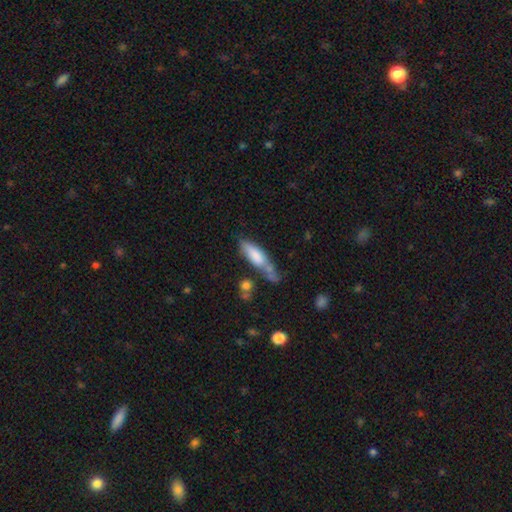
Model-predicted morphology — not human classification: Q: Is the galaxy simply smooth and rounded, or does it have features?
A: smooth — 72%.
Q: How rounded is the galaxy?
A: cigar-shaped — 53%.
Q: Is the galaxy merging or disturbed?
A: none — 41%.